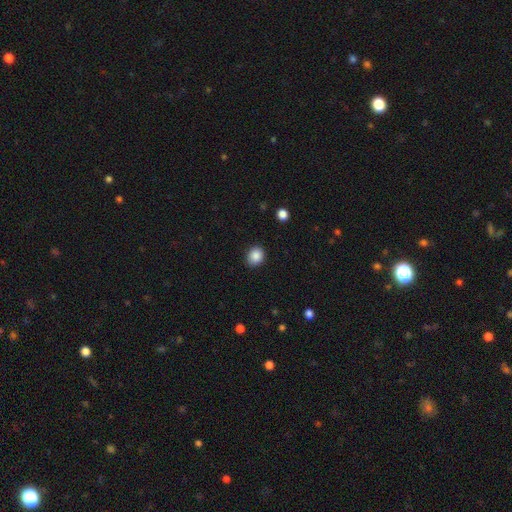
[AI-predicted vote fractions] Smooth or featured?
  - smooth: 87% *
  - star or artifact: 9%
  - featured or disk: 4%
How rounded?
  - round: 63% *
  - in between: 36%
  - cigar-shaped: 1%
Merging?
  - none: 86% *
  - minor disturbance: 10%
  - major disturbance: 2%
  - merger: 1%